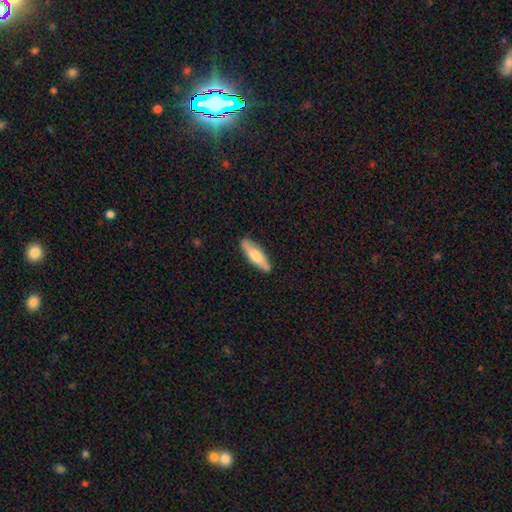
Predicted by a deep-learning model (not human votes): This is likely a smooth galaxy (65%). How rounded: possibly cigar-shaped (57%). Merging: clearly none (86%).